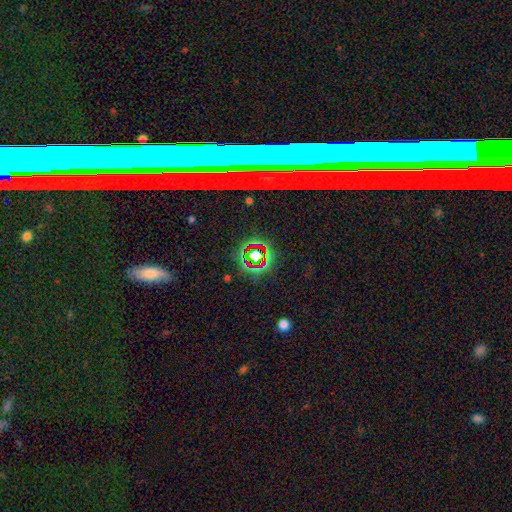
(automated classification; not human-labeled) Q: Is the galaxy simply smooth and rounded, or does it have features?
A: star or artifact — 74%.